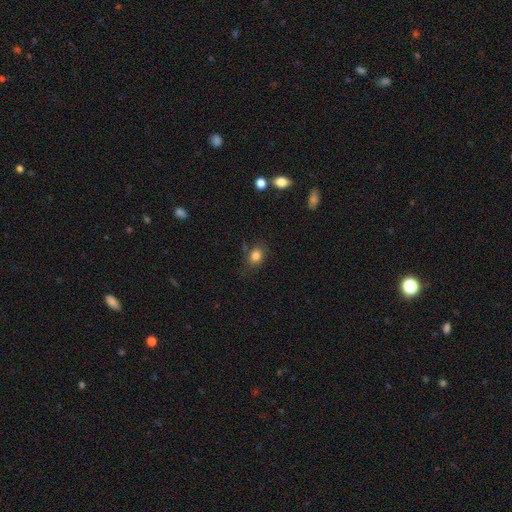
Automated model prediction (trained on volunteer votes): Smooth or featured? smooth (82%)
How rounded? in between (52%)
Merging? none (74%)